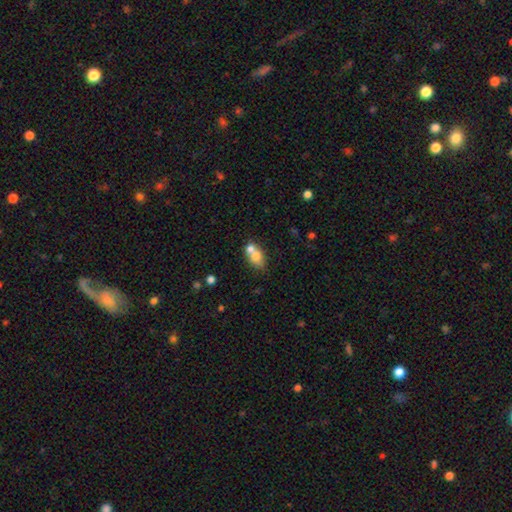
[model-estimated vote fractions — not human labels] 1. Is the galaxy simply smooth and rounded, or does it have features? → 72% smooth, 18% featured or disk, 10% star or artifact.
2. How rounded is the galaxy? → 72% in between, 26% round, 2% cigar-shaped.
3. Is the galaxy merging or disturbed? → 51% merger, 36% none, 10% minor disturbance, 4% major disturbance.